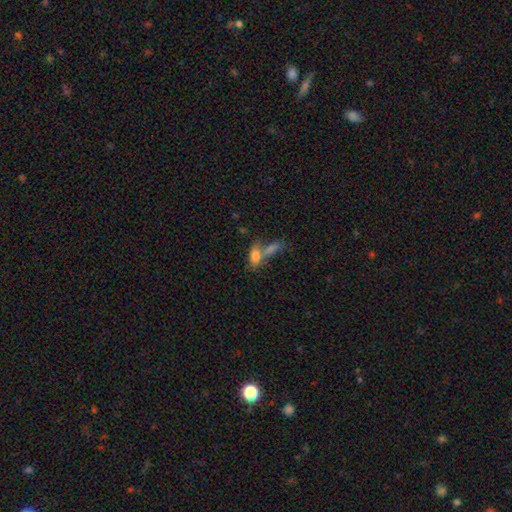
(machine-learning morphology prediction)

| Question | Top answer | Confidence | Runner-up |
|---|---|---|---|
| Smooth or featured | smooth | 76% | featured or disk (15%) |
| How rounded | in between | 83% | cigar-shaped (10%) |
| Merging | merger | 55% | none (28%) |